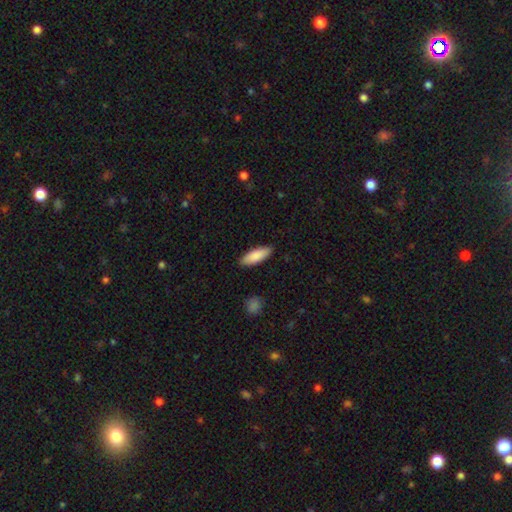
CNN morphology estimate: A smooth galaxy with no disk features (87%) that is in between round and cigar-shaped (69%).

Vote fractions:
- Smooth or featured? smooth: 87% / featured or disk: 8% / star or artifact: 5%
- How rounded? in between: 69% / cigar-shaped: 30% / round: 2%
- Merging? none: 88% / minor disturbance: 9% / major disturbance: 2% / merger: 1%